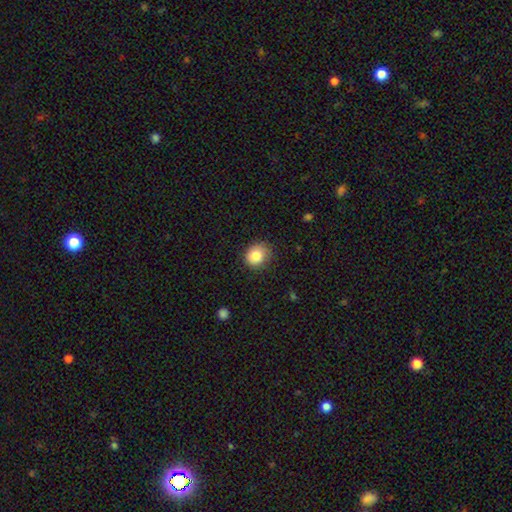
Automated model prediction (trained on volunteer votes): smooth 83%, star or artifact 10%, featured or disk 7%. Down the decision tree: how rounded — round (74%); merging — none (80%).